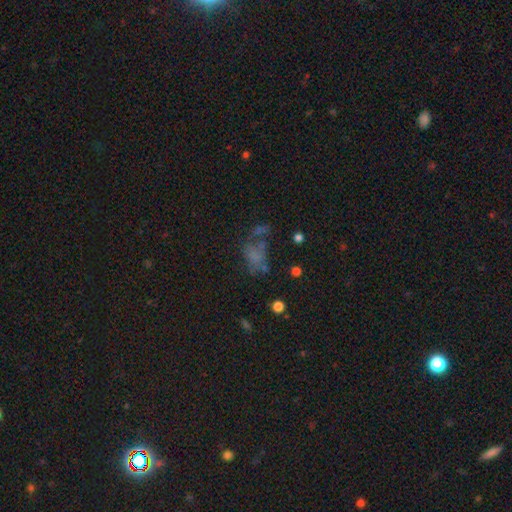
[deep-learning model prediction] Smooth or featured? smooth (47%)
Merging? none (33%)